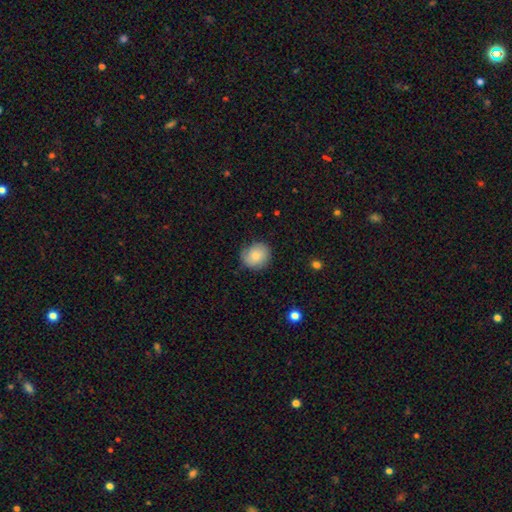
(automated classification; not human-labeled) Q: Smooth or featured?
A: smooth (77%); runner-up: featured or disk (16%)
Q: How rounded?
A: round (77%); runner-up: in between (22%)
Q: Merging?
A: none (76%); runner-up: minor disturbance (18%)